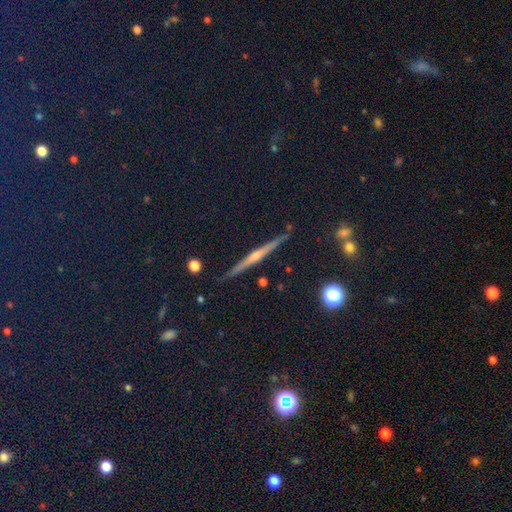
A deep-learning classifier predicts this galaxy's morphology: The model was most divided on "smooth or featured": featured or disk: 52%, star or artifact: 30%, smooth: 18%. More confident: edge-on disk — yes (91%); merging — none (89%).